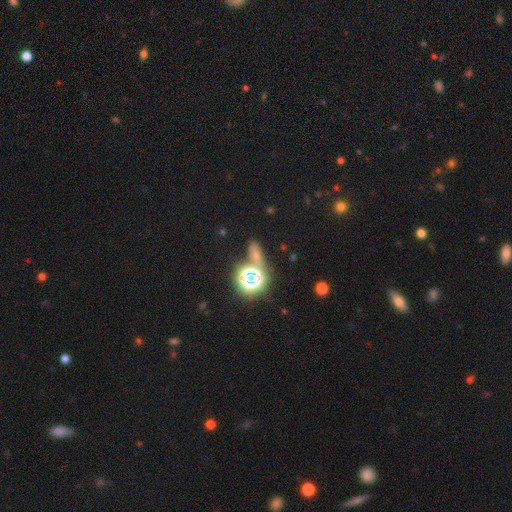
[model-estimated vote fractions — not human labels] Smooth or featured: star or artifact — 49% (smooth — 42%)